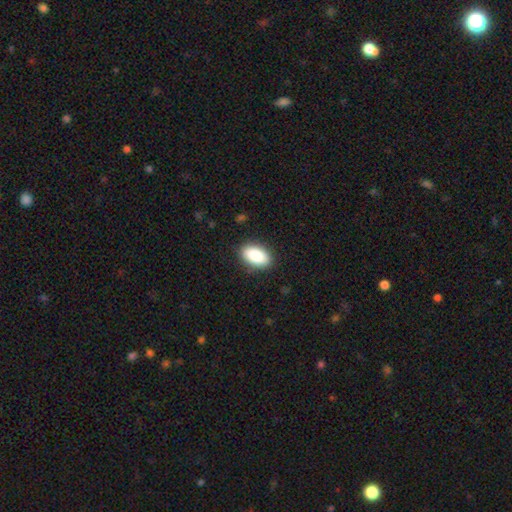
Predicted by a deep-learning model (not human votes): Smooth or featured? Predicted: smooth (p=0.88). How rounded? Predicted: in between (p=0.93). Merging? Predicted: none (p=0.88).